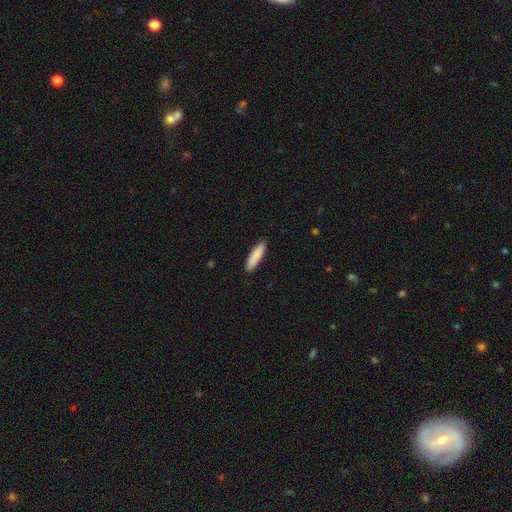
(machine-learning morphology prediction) A smooth galaxy with no disk features (87%) that is cigar-shaped (71%).

Vote fractions:
- Smooth or featured? smooth: 87% / featured or disk: 7% / star or artifact: 6%
- How rounded? cigar-shaped: 71% / in between: 28% / round: 1%
- Merging? none: 89% / minor disturbance: 9% / major disturbance: 2% / merger: 1%